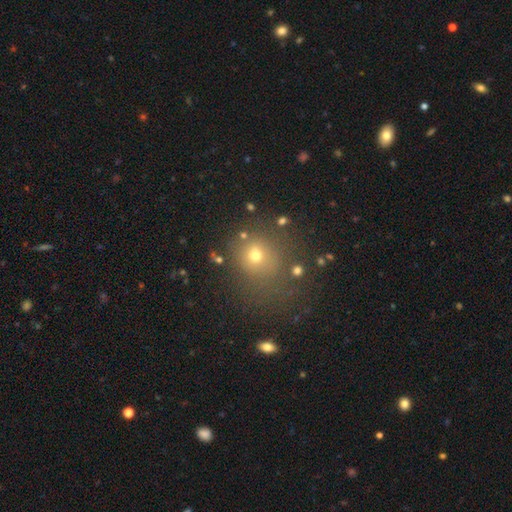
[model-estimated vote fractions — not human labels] This is likely a smooth galaxy (67%). How rounded: likely round (77%). Merging: likely none (67%).